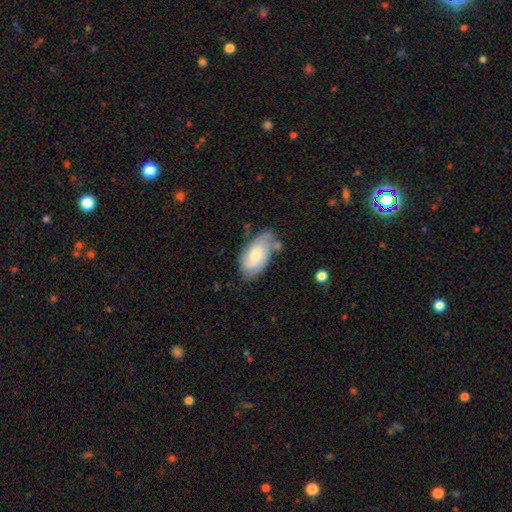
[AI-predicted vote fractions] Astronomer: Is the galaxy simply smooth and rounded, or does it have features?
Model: featured or disk — 47% (runner-up: smooth, 46%).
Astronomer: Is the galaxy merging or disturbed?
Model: none — 60%.